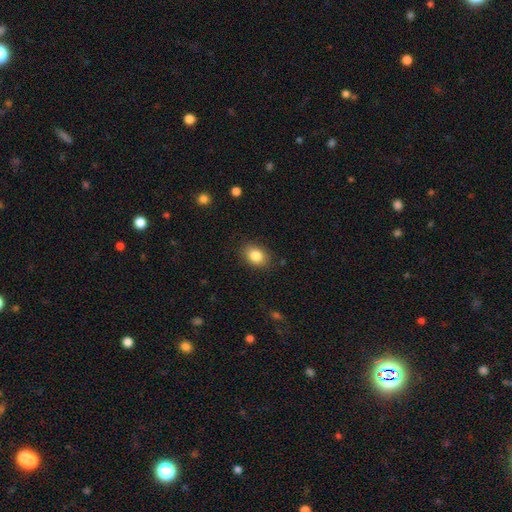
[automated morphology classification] The model was most divided on "how rounded": in between: 67%, round: 32%, cigar-shaped: 1%. More confident: merging — none (85%); smooth or featured — smooth (84%).